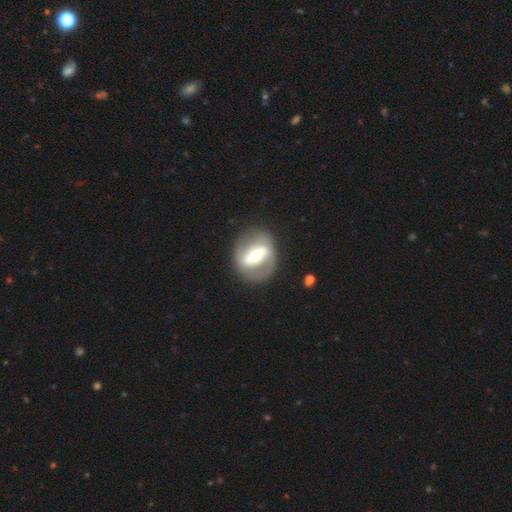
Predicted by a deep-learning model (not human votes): Smooth or featured? Predicted: featured or disk (p=0.68). Edge-on disk? Predicted: no (p=0.92). Bar? Predicted: strong (p=0.58). Spiral arms? Predicted: no (p=0.58). Bulge size? Predicted: moderate (p=0.61). Merging? Predicted: none (p=0.78).